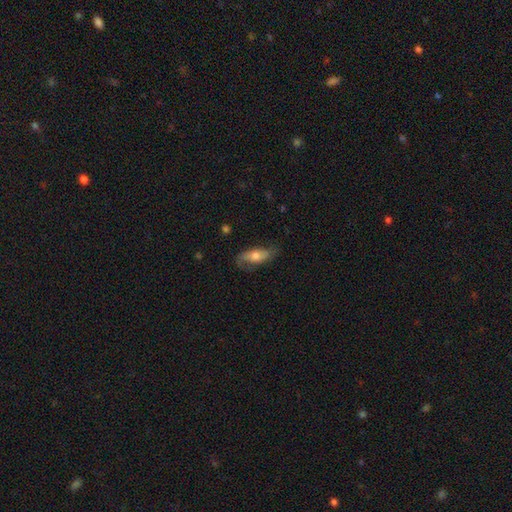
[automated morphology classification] featured or disk 49%, smooth 45%, star or artifact 7%. Down the decision tree: merging — none (69%).